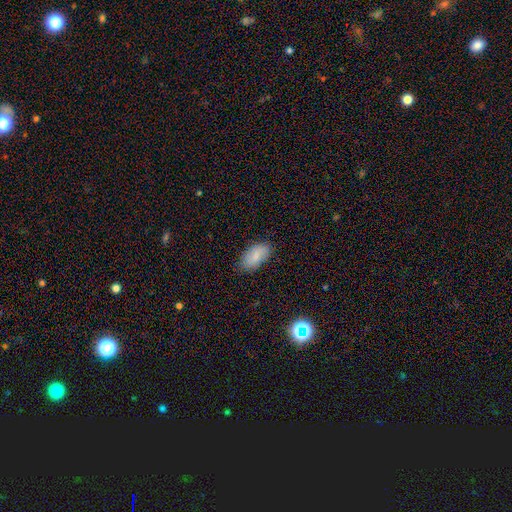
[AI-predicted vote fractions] Q: Smooth or featured?
A: smooth (82%); runner-up: featured or disk (10%)
Q: How rounded?
A: in between (94%); runner-up: cigar-shaped (3%)
Q: Merging?
A: none (80%); runner-up: minor disturbance (16%)